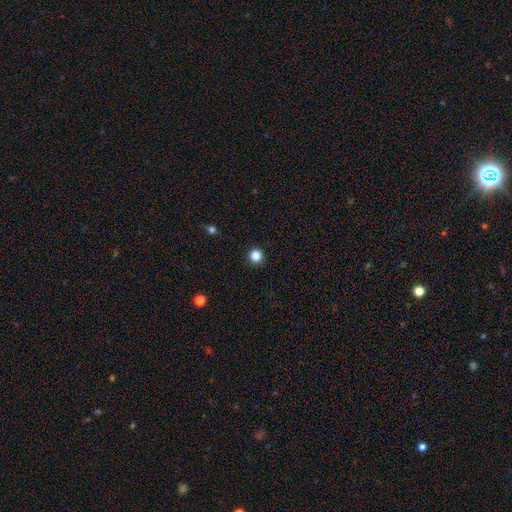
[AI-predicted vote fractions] Smooth or featured? smooth (85%)
How rounded? round (96%)
Merging? none (93%)